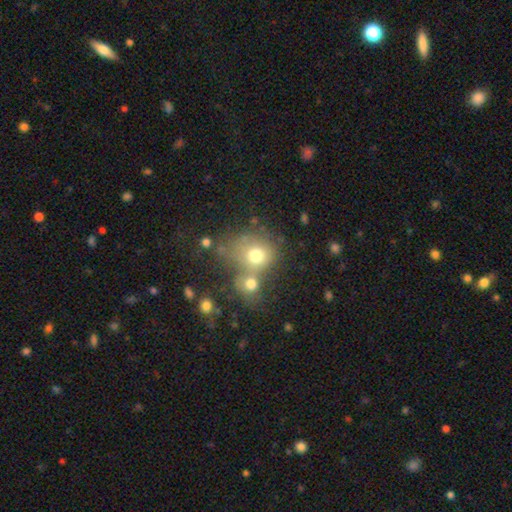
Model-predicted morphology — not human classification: A smooth galaxy with no disk features (71%) that is round (74%). Merging: merger (50%).